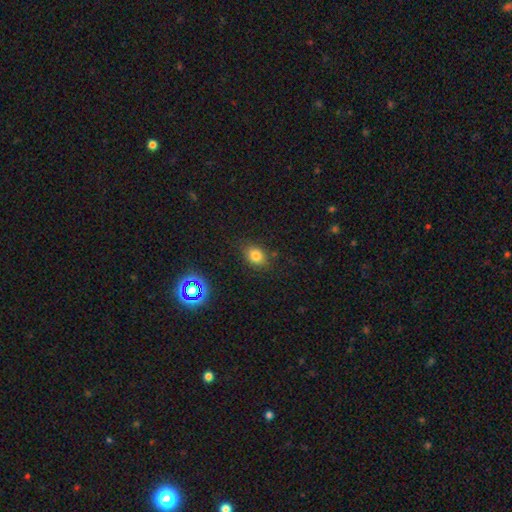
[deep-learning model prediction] smooth_or_featured: smooth (p=0.78) [alt: star or artifact p=0.14]
how_rounded: in between (p=0.58) [alt: round p=0.40]
merging: none (p=0.81) [alt: minor disturbance p=0.14]